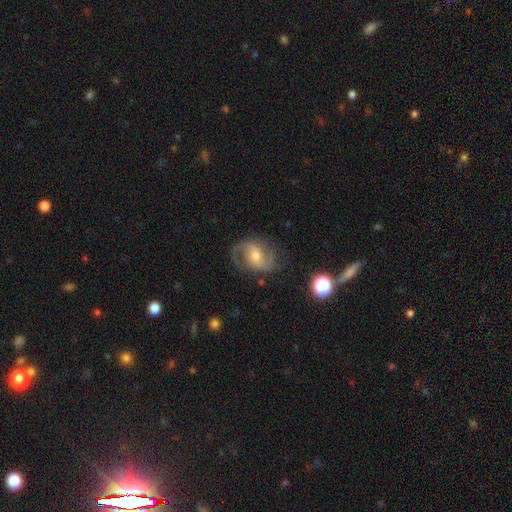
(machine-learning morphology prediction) This is clearly a featured or disk galaxy (83%). It is clearly not viewed edge-on (97%). Bar: marginally weak (45%). Spiral arm pattern: clearly yes (95%). Spiral arm count: clearly 2 (87%). Spiral winding: possibly medium (50%). Central bulge: possibly moderate (54%). Merging: likely none (73%).